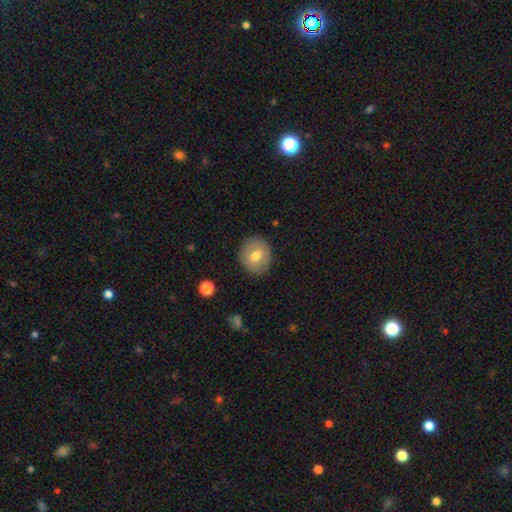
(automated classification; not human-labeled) smooth-or-featured: smooth: 65% | featured or disk: 28% | star or artifact: 8%
  how-rounded: round: 77% | in between: 22% | cigar-shaped: 1%
  merging: none: 86% | minor disturbance: 11% | major disturbance: 3% | merger: 1%